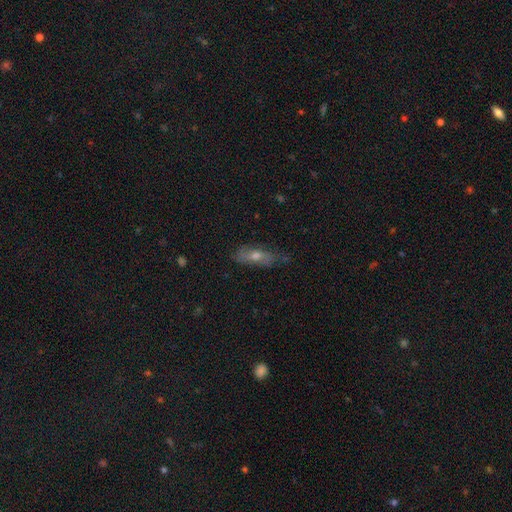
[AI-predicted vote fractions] Smooth or featured? smooth (50%)
Merging? none (68%)